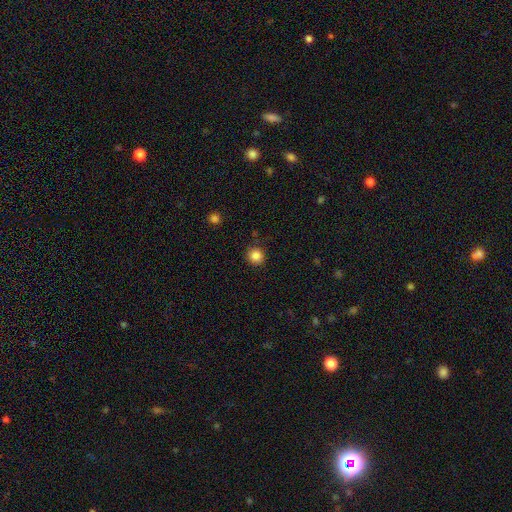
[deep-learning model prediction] A smooth galaxy with no disk features (86%) that is round (93%).

Vote fractions:
- Smooth or featured? smooth: 86% / star or artifact: 11% / featured or disk: 3%
- How rounded? round: 93% / in between: 6% / cigar-shaped: 1%
- Merging? none: 89% / minor disturbance: 7% / major disturbance: 2% / merger: 2%